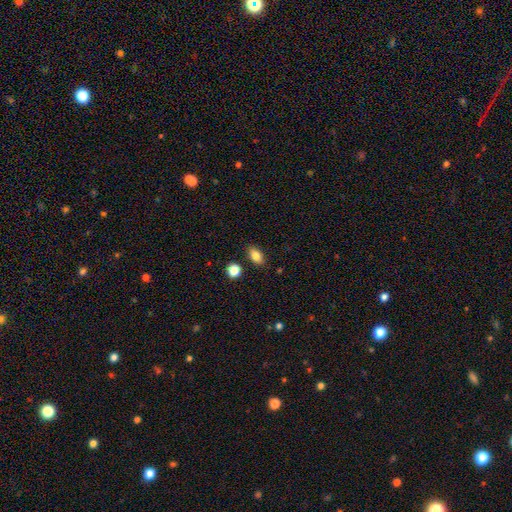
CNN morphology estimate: A smooth galaxy with no disk features (81%) that is in between round and cigar-shaped (85%).

Vote fractions:
- Smooth or featured? smooth: 81% / star or artifact: 9% / featured or disk: 9%
- How rounded? in between: 85% / round: 11% / cigar-shaped: 4%
- Merging? none: 84% / minor disturbance: 10% / merger: 4% / major disturbance: 2%